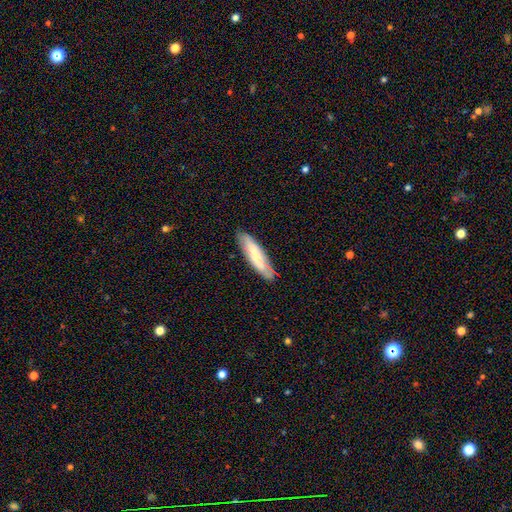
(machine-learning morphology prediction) Smooth or featured? smooth (67%)
How rounded? cigar-shaped (72%)
Merging? none (81%)